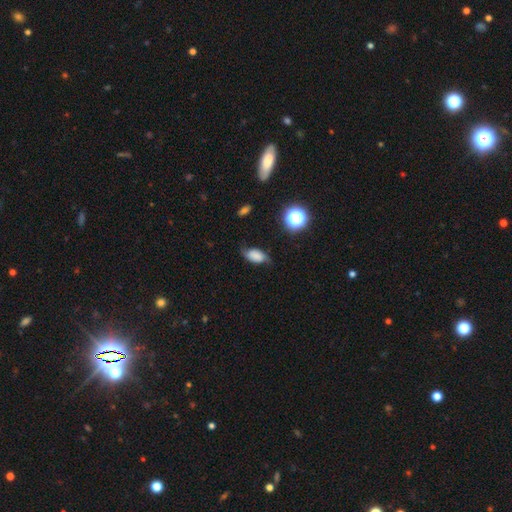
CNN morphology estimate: Overall: smooth (65%). How rounded: in between (86%). Merging: none (63%; minor disturbance 27%).